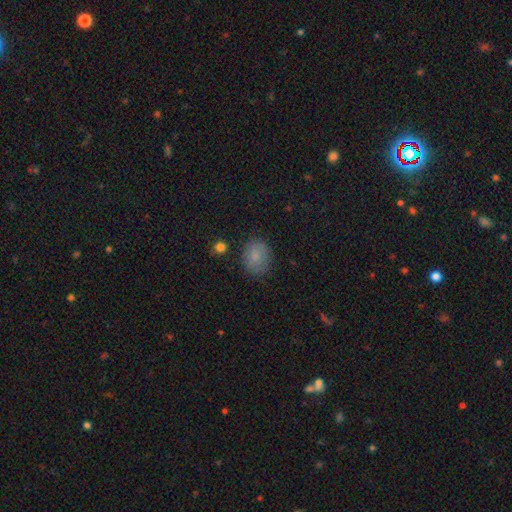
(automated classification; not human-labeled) A smooth galaxy with no disk features (82%) that is round (52%).

Vote fractions:
- Smooth or featured? smooth: 82% / star or artifact: 10% / featured or disk: 8%
- How rounded? round: 52% / in between: 47% / cigar-shaped: 1%
- Merging? none: 80% / minor disturbance: 14% / major disturbance: 4% / merger: 2%